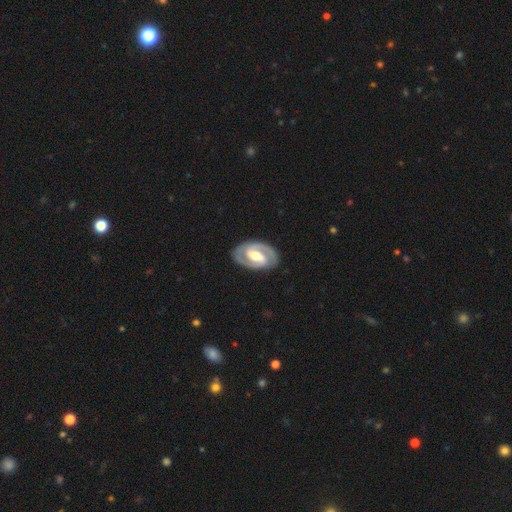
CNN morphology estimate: smooth_or_featured: featured or disk (p=0.86) [alt: smooth p=0.10]
disk_edge_on: no (p=0.97) [alt: yes p=0.03]
bar: weak (p=0.41) [tied with: strong p=0.41]
has_spiral_arms: yes (p=0.92) [alt: no p=0.08]
spiral_winding: tight (p=0.51) [alt: medium p=0.41]
spiral_arm_count: 2 (p=0.91) [alt: can't tell p=0.04]
bulge_size: moderate (p=0.67) [alt: small p=0.18]
merging: none (p=0.86) [alt: minor disturbance p=0.10]